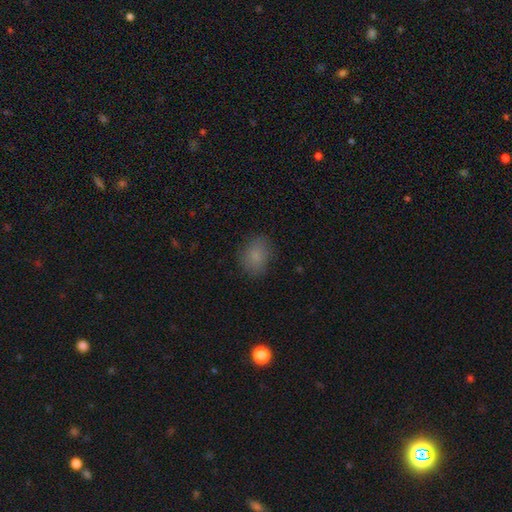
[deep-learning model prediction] Overall: smooth (81%). How rounded: in between (59%; round 40%). Merging: none (79%).